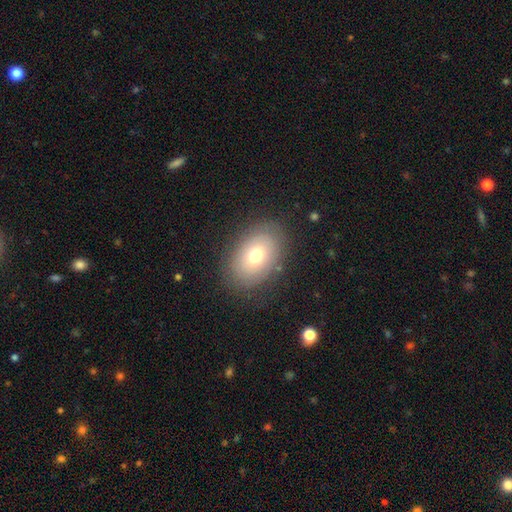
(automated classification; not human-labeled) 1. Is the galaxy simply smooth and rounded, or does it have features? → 65% smooth, 25% featured or disk, 9% star or artifact.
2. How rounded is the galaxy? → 81% in between, 18% round, 1% cigar-shaped.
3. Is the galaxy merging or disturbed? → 82% none, 12% minor disturbance, 5% major disturbance, 1% merger.